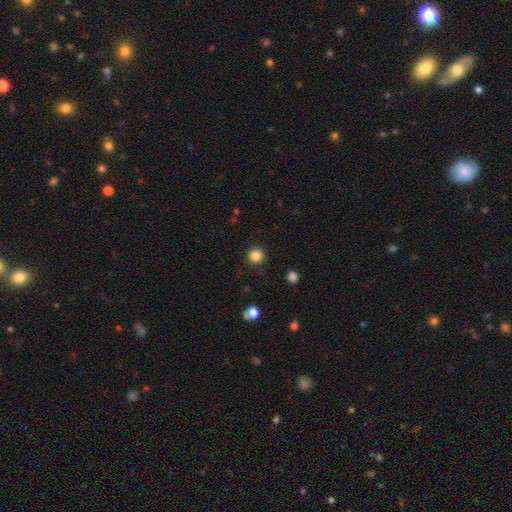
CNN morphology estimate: smooth-or-featured: smooth: 84% | star or artifact: 11% | featured or disk: 4%
  how-rounded: round: 94% | in between: 5% | cigar-shaped: 1%
  merging: none: 91% | minor disturbance: 6% | major disturbance: 2% | merger: 1%